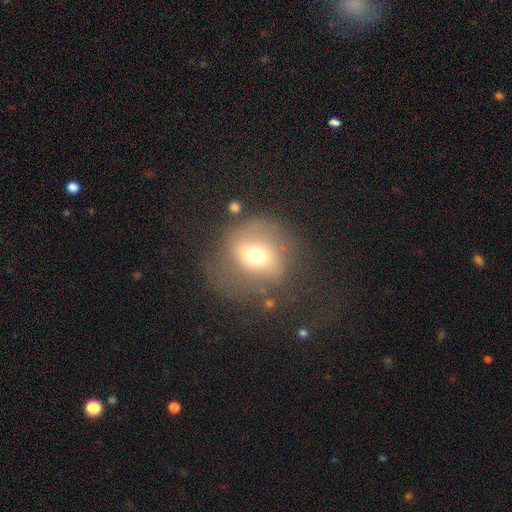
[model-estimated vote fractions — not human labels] smooth-or-featured: smooth: 64% | featured or disk: 22% | star or artifact: 14%
  how-rounded: round: 76% | in between: 22% | cigar-shaped: 1%
  merging: none: 51% | major disturbance: 24% | minor disturbance: 22% | merger: 4%